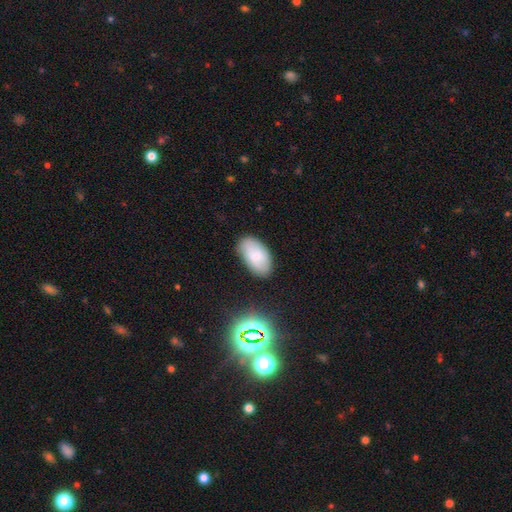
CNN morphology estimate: Q: Smooth or featured?
A: smooth (75%); runner-up: featured or disk (17%)
Q: How rounded?
A: in between (95%); runner-up: round (3%)
Q: Merging?
A: none (79%); runner-up: minor disturbance (15%)